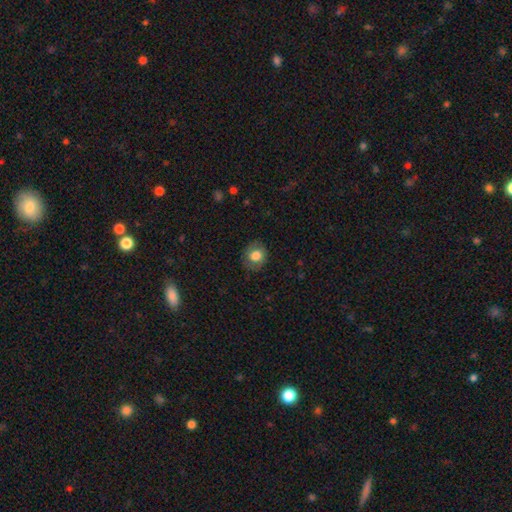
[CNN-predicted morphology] smooth_or_featured: smooth (p=0.76) [alt: featured or disk p=0.15]
how_rounded: round (p=0.68) [alt: in between p=0.31]
merging: none (p=0.80) [alt: minor disturbance p=0.14]